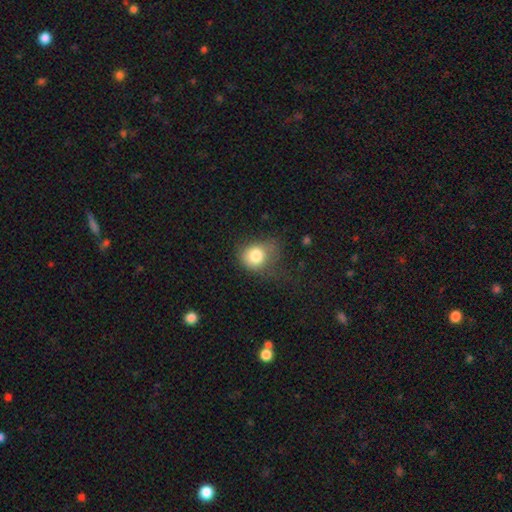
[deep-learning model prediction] Q: Smooth or featured?
A: smooth (80%); runner-up: star or artifact (10%)
Q: How rounded?
A: round (67%); runner-up: in between (32%)
Q: Merging?
A: none (39%); runner-up: minor disturbance (33%)